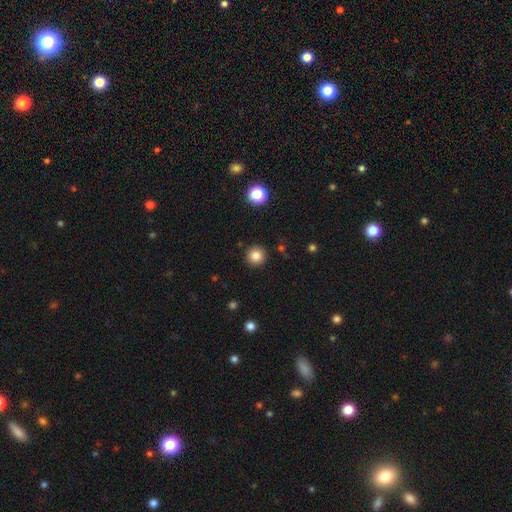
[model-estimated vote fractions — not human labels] smooth_or_featured: smooth (p=0.84) [alt: star or artifact p=0.11]
how_rounded: round (p=0.95) [alt: in between p=0.04]
merging: none (p=0.91) [alt: minor disturbance p=0.05]